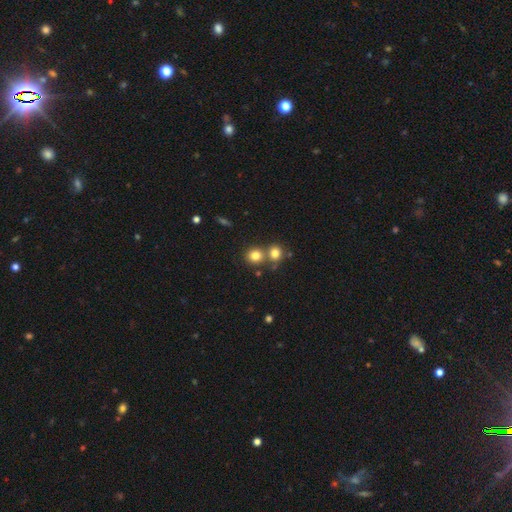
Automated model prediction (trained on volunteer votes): Q: Smooth or featured?
A: smooth (79%); runner-up: star or artifact (13%)
Q: How rounded?
A: round (84%); runner-up: in between (15%)
Q: Merging?
A: none (57%); runner-up: merger (33%)